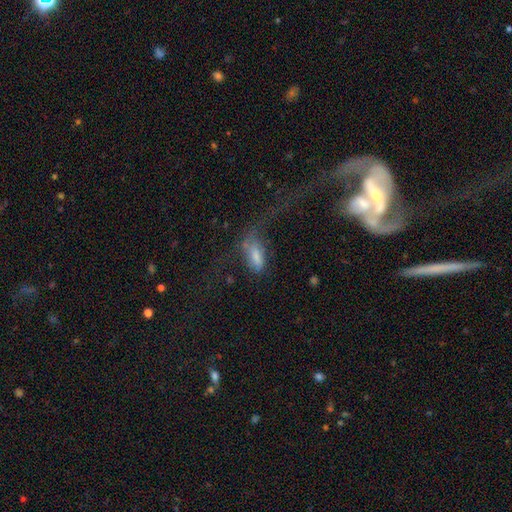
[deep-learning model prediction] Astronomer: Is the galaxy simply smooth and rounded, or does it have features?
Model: smooth — 64%.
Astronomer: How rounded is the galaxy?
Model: in between — 76%.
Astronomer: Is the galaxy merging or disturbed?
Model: major disturbance — 54%.